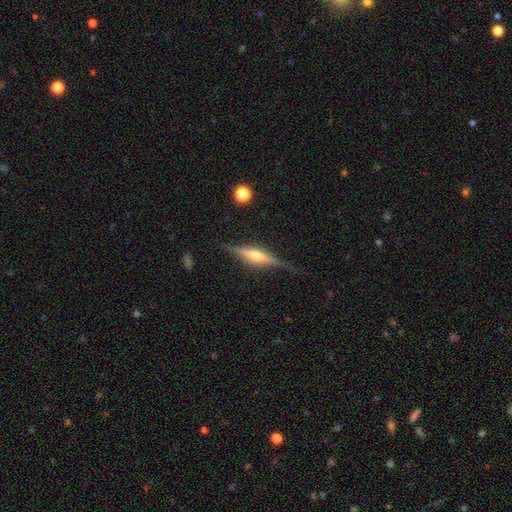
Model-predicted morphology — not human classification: smooth_or_featured: featured or disk (p=0.79) [alt: smooth p=0.15]
disk_edge_on: yes (p=0.97) [alt: no p=0.03]
edge_on_bulge: rounded (p=0.86) [alt: boxy p=0.09]
merging: none (p=0.84) [alt: minor disturbance p=0.12]